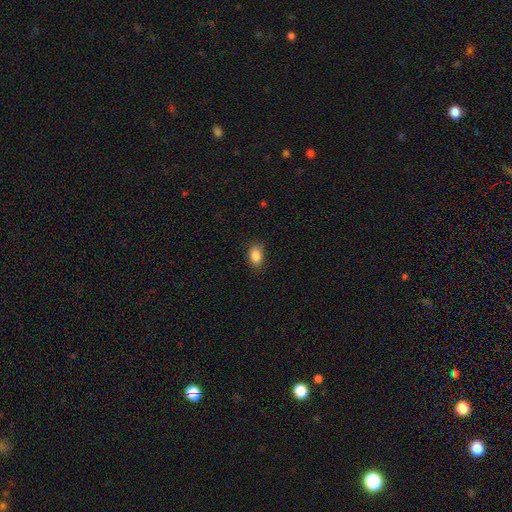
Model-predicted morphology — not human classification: This appears to be a smooth galaxy with no disk features (86%) that is in between round and cigar-shaped (80%). Merging: none (84%).